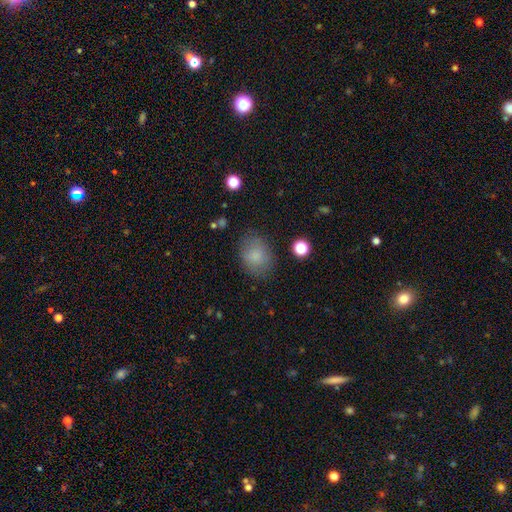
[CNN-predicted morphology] A smooth galaxy with no disk features (83%) that is in between round and cigar-shaped (67%).

Vote fractions:
- Smooth or featured? smooth: 83% / star or artifact: 9% / featured or disk: 8%
- How rounded? in between: 67% / round: 32% / cigar-shaped: 1%
- Merging? none: 76% / minor disturbance: 16% / major disturbance: 6% / merger: 2%